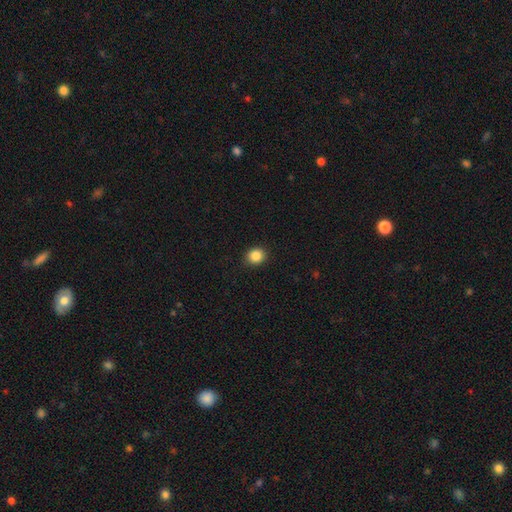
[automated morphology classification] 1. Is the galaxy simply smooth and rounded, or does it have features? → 87% smooth, 10% star or artifact, 4% featured or disk.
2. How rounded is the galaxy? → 78% round, 21% in between, 1% cigar-shaped.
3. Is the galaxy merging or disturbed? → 90% none, 7% minor disturbance, 2% major disturbance, 1% merger.